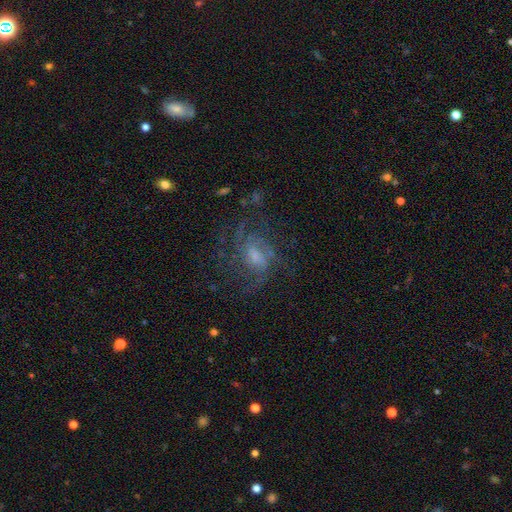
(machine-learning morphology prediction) Smooth or featured? Predicted: featured or disk (p=0.78). Edge-on disk? Predicted: no (p=0.97). Bar? Predicted: no (p=0.47). Spiral arms? Predicted: yes (p=0.90). Spiral winding? Predicted: medium (p=0.46). Spiral arm count? Predicted: can't tell (p=0.31). Bulge size? Predicted: small (p=0.46). Merging? Predicted: none (p=0.61).